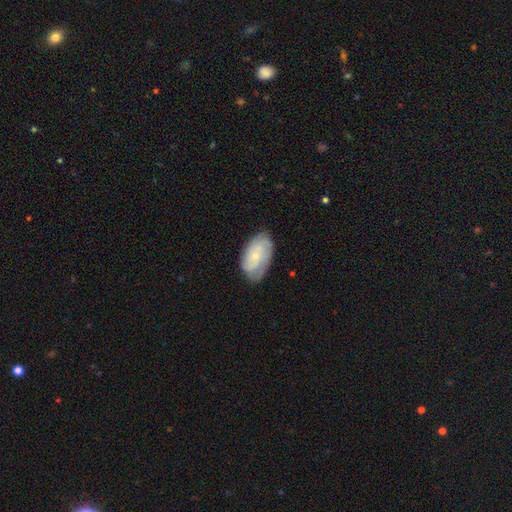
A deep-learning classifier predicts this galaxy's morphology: This is possibly a featured or disk galaxy (55%). It is clearly not viewed edge-on (95%). Bar: likely no (76%). Spiral arm pattern: clearly yes (87%). Central bulge: likely small (74%). Merging: likely none (73%).